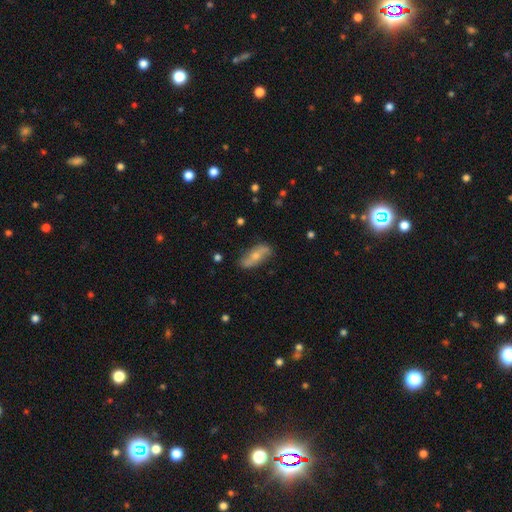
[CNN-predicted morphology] smooth 50%, featured or disk 44%, star or artifact 7%. Down the decision tree: merging — none (77%).